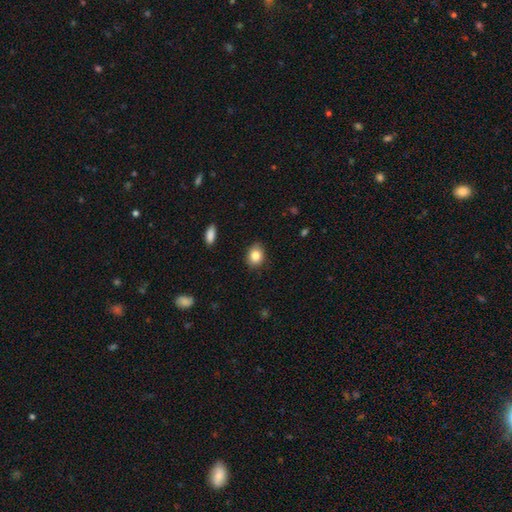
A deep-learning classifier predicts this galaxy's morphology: Smooth or featured? smooth (84%)
How rounded? in between (57%)
Merging? none (85%)